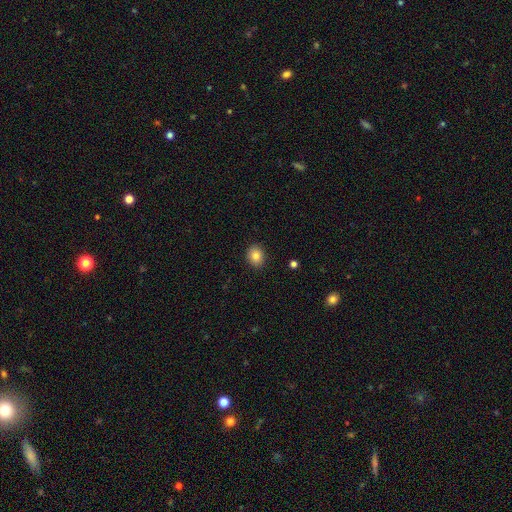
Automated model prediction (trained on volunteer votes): The model was most divided on "how rounded": round: 52%, in between: 47%, cigar-shaped: 1%. More confident: merging — none (90%); smooth or featured — smooth (84%).